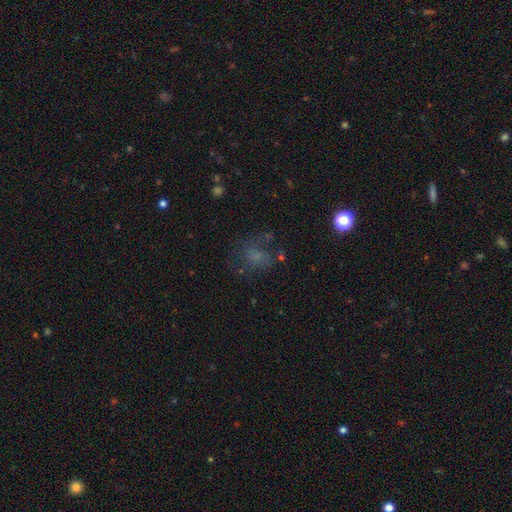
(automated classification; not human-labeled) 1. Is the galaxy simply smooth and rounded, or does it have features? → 52% smooth, 25% star or artifact, 23% featured or disk.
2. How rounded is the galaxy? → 51% round, 48% in between, 2% cigar-shaped.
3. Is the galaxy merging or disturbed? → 54% none, 21% major disturbance, 20% minor disturbance, 5% merger.